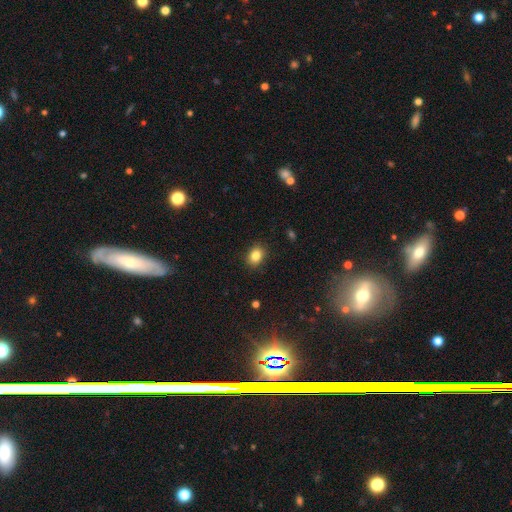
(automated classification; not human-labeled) A smooth galaxy with no disk features (84%) that is in between round and cigar-shaped (56%).

Vote fractions:
- Smooth or featured? smooth: 84% / star or artifact: 10% / featured or disk: 6%
- How rounded? in between: 56% / round: 43% / cigar-shaped: 1%
- Merging? none: 88% / minor disturbance: 9% / major disturbance: 2% / merger: 1%